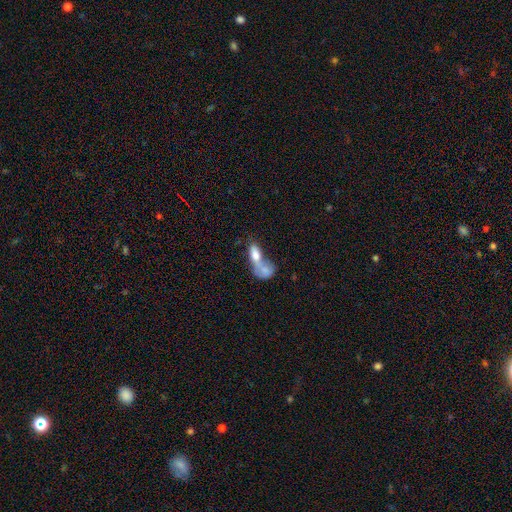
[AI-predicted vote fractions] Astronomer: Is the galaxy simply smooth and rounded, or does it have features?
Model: smooth — 71%.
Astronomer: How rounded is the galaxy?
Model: in between — 78%.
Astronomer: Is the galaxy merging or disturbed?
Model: merger — 73%.